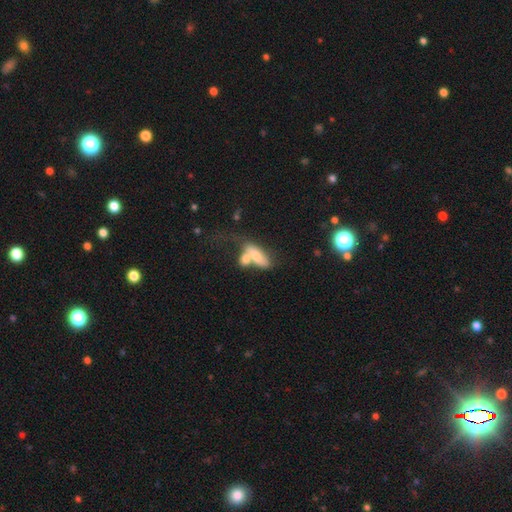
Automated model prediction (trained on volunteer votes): smooth_or_featured: smooth (p=0.64) [alt: featured or disk p=0.28]
how_rounded: in between (p=0.75) [alt: cigar-shaped p=0.21]
merging: merger (p=0.54) [alt: none p=0.24]